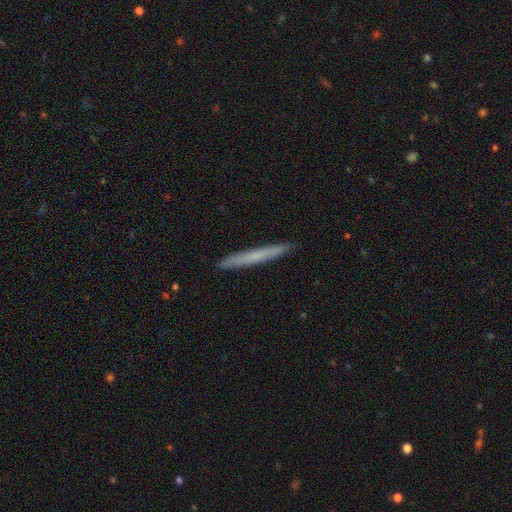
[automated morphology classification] The model was most divided on "smooth or featured": smooth: 59%, featured or disk: 35%, star or artifact: 6%. More confident: how rounded — cigar-shaped (97%); merging — none (92%).